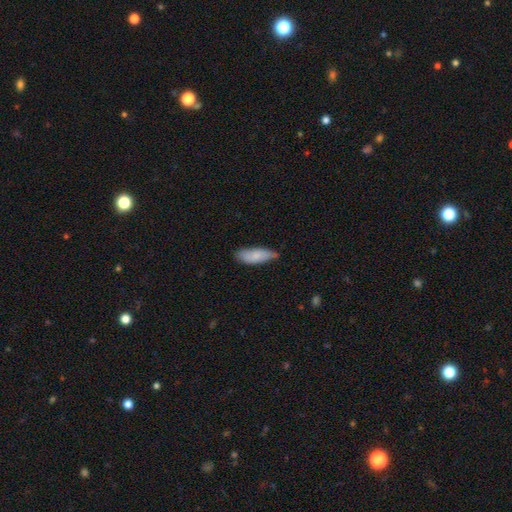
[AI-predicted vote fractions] Smooth or featured: smooth — 77% (featured or disk — 17%)
How rounded: in between — 72% (cigar-shaped — 26%)
Merging: none — 60% (minor disturbance — 33%)